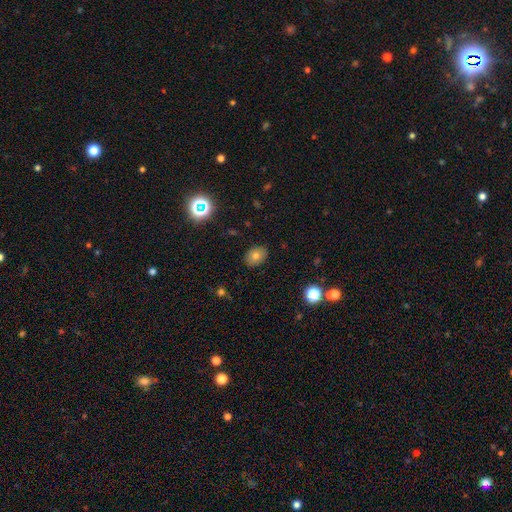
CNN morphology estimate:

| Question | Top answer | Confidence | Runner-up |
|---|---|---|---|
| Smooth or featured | smooth | 74% | star or artifact (14%) |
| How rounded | in between | 64% | round (35%) |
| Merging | none | 87% | minor disturbance (9%) |